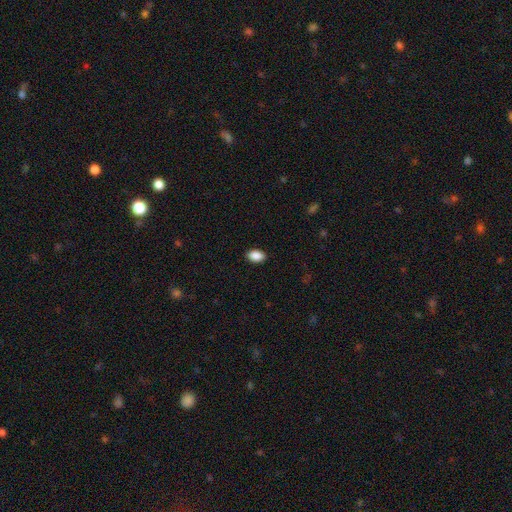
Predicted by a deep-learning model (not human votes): Smooth or featured? Predicted: smooth (p=0.90). How rounded? Predicted: in between (p=0.90). Merging? Predicted: none (p=0.89).